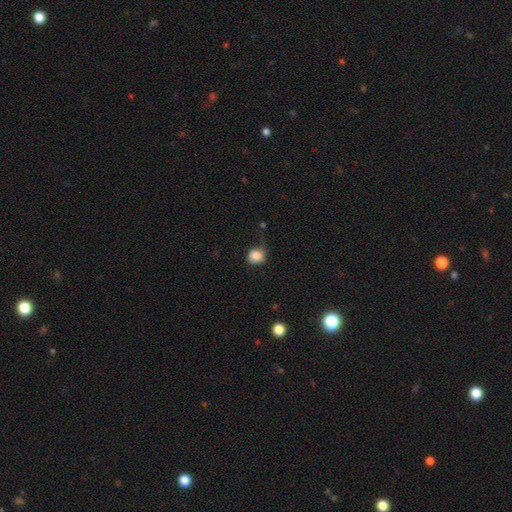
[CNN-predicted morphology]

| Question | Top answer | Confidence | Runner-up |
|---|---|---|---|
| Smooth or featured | smooth | 86% | star or artifact (9%) |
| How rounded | round | 79% | in between (20%) |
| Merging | none | 52% | minor disturbance (32%) |